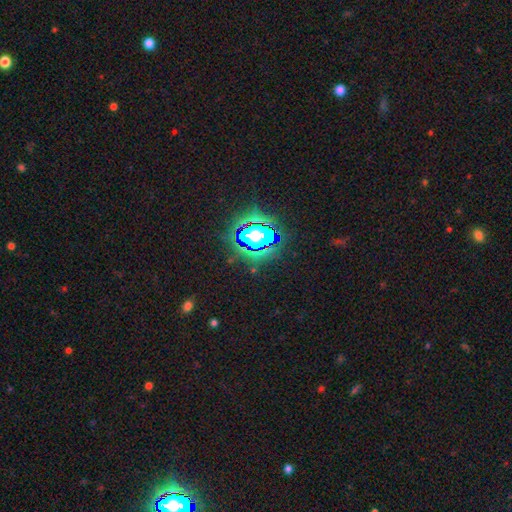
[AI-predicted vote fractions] Overall: star or artifact (84%).